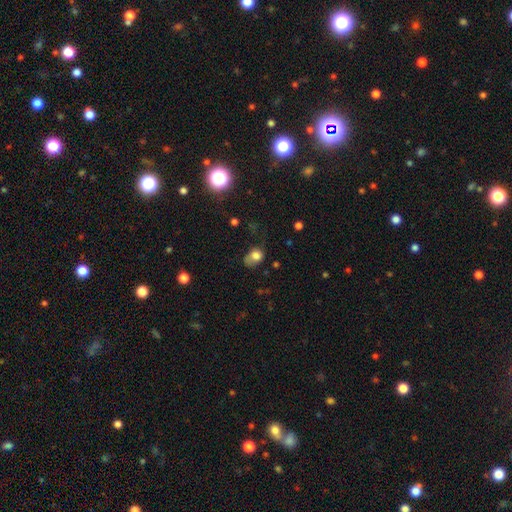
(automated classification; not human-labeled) Morphology: type=smooth (75%); roundness=in between (58%); merging=none (37%).